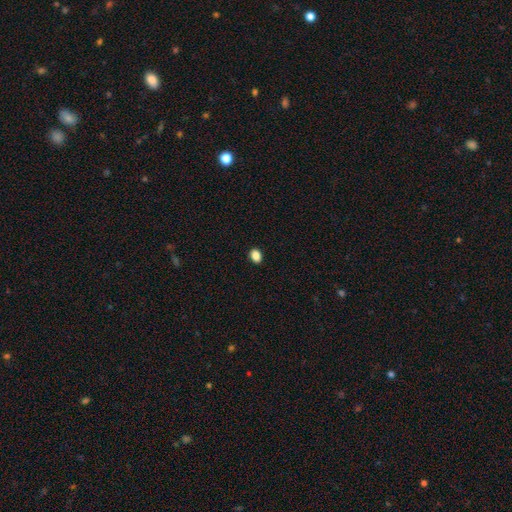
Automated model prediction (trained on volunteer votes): smooth-or-featured: smooth: 87% | star or artifact: 10% | featured or disk: 3%
  how-rounded: in between: 69% | round: 29% | cigar-shaped: 1%
  merging: none: 90% | minor disturbance: 7% | major disturbance: 2% | merger: 1%